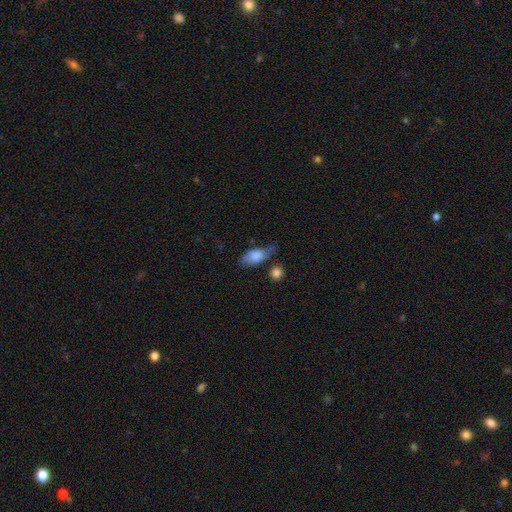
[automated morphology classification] Smooth or featured? smooth (76%)
How rounded? in between (85%)
Merging? none (47%)